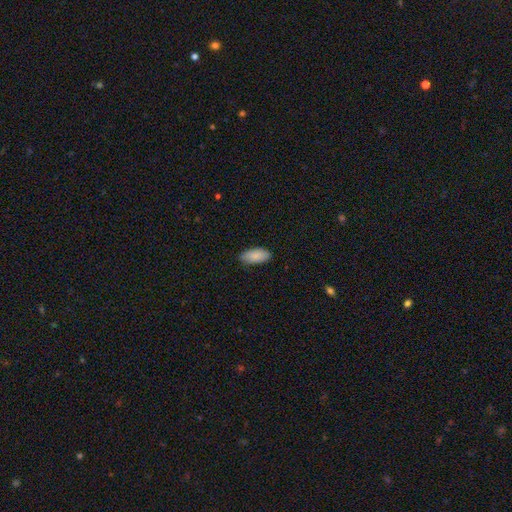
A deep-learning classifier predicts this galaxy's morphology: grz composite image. It shows a smooth galaxy with no disk features (88%) that is in between round and cigar-shaped (89%). Merging: none (84%).